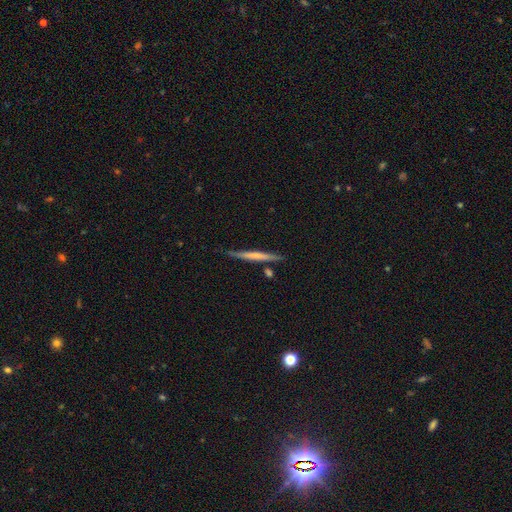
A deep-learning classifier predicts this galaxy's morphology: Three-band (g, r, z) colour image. It shows a smooth galaxy with no disk features (48%). Merging: none (82%).